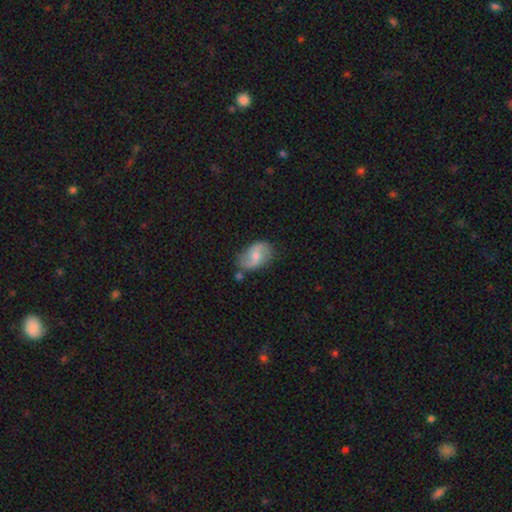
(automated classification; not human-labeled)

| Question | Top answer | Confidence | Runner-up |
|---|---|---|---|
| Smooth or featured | featured or disk | 60% | smooth (32%) |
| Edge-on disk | no | 96% | yes (4%) |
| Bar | no | 45% | weak (43%) |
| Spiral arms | yes | 85% | no (15%) |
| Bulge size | moderate | 58% | small (36%) |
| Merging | none | 69% | minor disturbance (20%) |